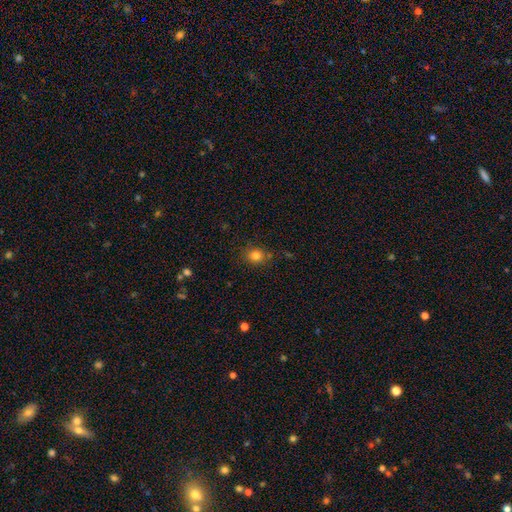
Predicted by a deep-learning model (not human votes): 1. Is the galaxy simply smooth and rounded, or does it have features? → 81% smooth, 13% star or artifact, 6% featured or disk.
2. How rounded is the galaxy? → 76% round, 23% in between, 1% cigar-shaped.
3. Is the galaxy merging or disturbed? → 79% none, 13% minor disturbance, 4% merger, 3% major disturbance.